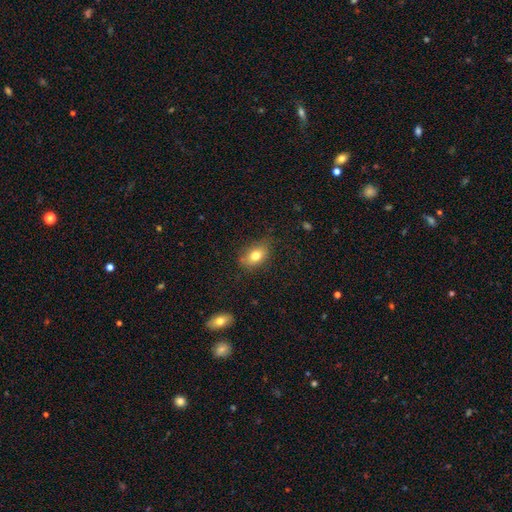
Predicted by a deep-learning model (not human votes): smooth-or-featured: smooth: 77% | featured or disk: 13% | star or artifact: 10%
  how-rounded: in between: 79% | round: 19% | cigar-shaped: 2%
  merging: none: 71% | minor disturbance: 22% | major disturbance: 6% | merger: 2%